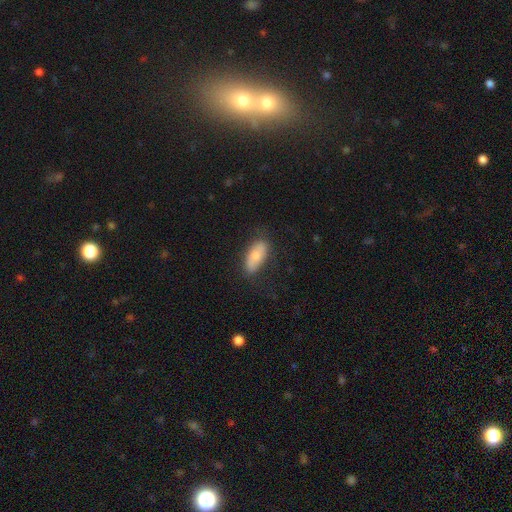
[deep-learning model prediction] Smooth or featured?
  - smooth: 73% *
  - featured or disk: 21%
  - star or artifact: 6%
How rounded?
  - in between: 85% *
  - cigar-shaped: 12%
  - round: 3%
Merging?
  - none: 78% *
  - minor disturbance: 17%
  - major disturbance: 4%
  - merger: 1%